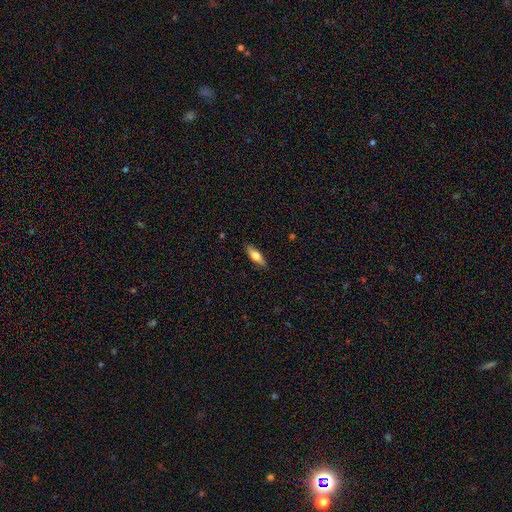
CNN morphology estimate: Q: Smooth or featured?
A: smooth (63%); runner-up: featured or disk (30%)
Q: How rounded?
A: in between (56%); runner-up: cigar-shaped (41%)
Q: Merging?
A: none (87%); runner-up: minor disturbance (10%)